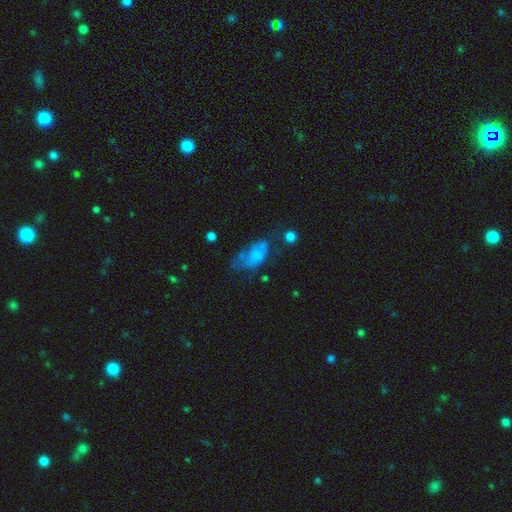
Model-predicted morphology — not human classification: smooth-or-featured: smooth: 57% | featured or disk: 31% | star or artifact: 12%
  how-rounded: in between: 89% | round: 7% | cigar-shaped: 4%
  merging: major disturbance: 35% | none: 27% | minor disturbance: 27% | merger: 10%